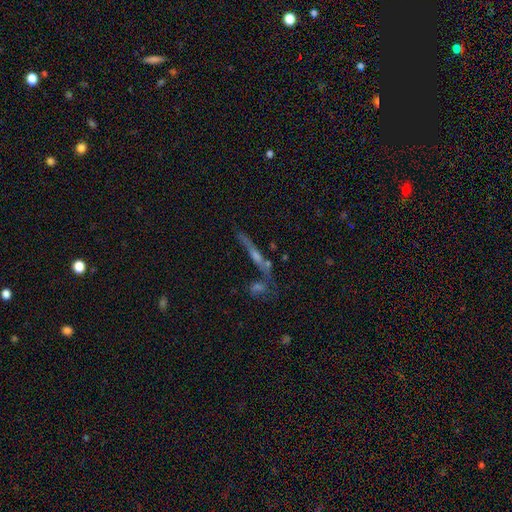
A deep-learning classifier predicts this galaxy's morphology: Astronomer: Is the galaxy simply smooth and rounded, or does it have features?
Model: featured or disk — 57%.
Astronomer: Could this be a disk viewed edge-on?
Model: yes — 83%.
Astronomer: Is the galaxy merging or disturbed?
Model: none — 53%.